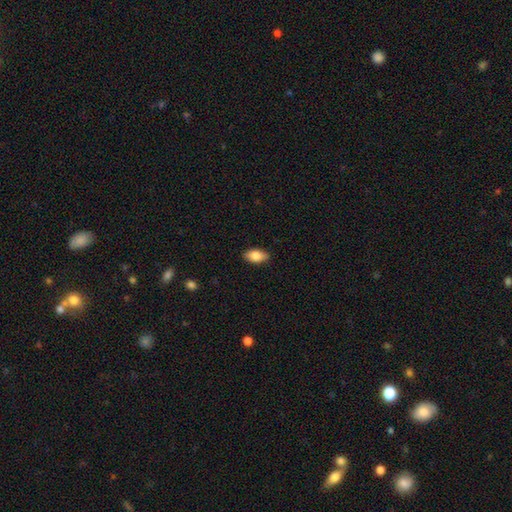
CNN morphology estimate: smooth-or-featured: smooth: 83% | featured or disk: 10% | star or artifact: 7%
  how-rounded: in between: 92% | round: 4% | cigar-shaped: 3%
  merging: none: 87% | minor disturbance: 10% | major disturbance: 2% | merger: 1%